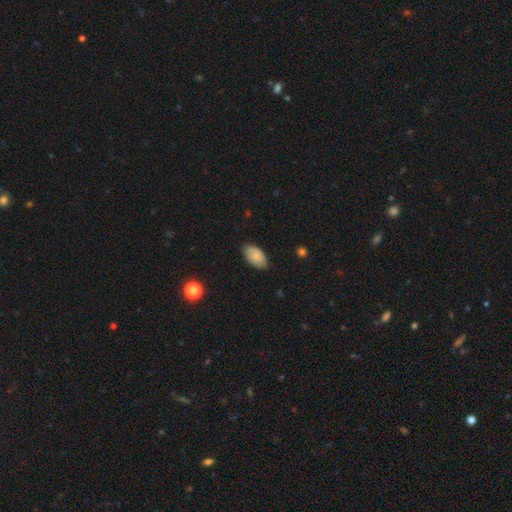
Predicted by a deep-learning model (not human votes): smooth_or_featured: smooth (p=0.79) [alt: featured or disk p=0.13]
how_rounded: in between (p=0.94) [alt: round p=0.04]
merging: none (p=0.79) [alt: minor disturbance p=0.17]